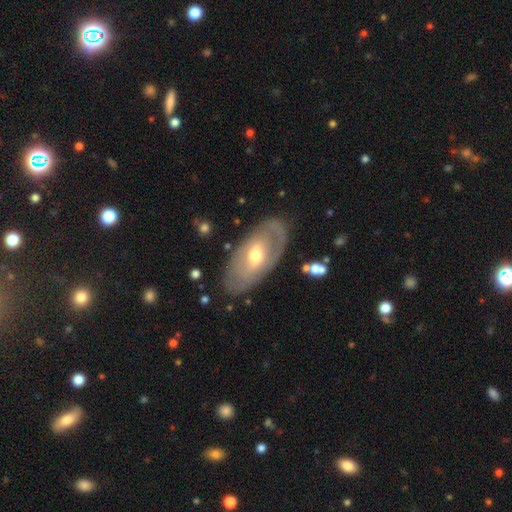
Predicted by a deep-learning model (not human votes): Smooth or featured? Predicted: featured or disk (p=0.62). Edge-on disk? Predicted: no (p=0.87). Bar? Predicted: no (p=0.48). Spiral arms? Predicted: no (p=0.58). Bulge size? Predicted: moderate (p=0.65). Merging? Predicted: none (p=0.79).